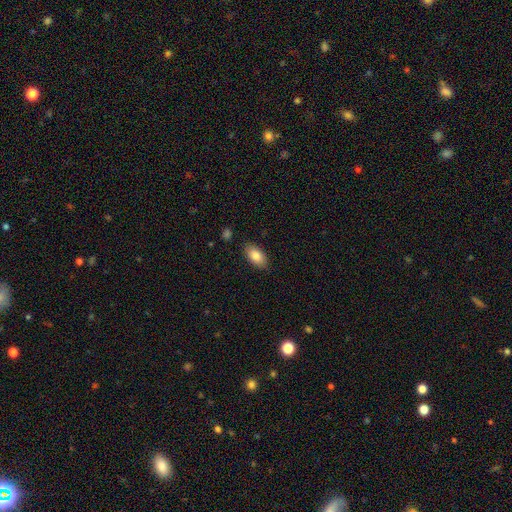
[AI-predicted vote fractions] The model was most divided on "smooth or featured": smooth: 83%, featured or disk: 10%, star or artifact: 7%. More confident: how rounded — in between (93%); merging — none (87%).